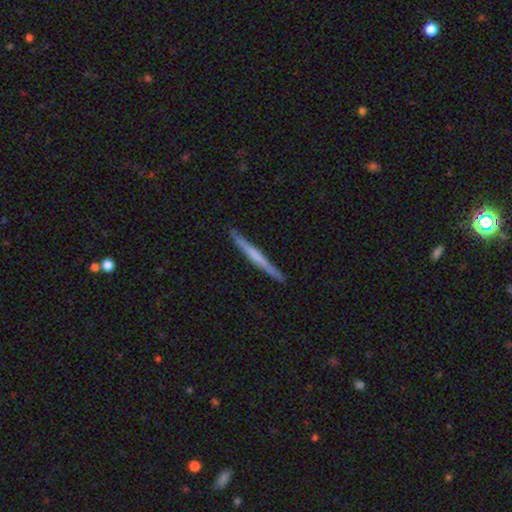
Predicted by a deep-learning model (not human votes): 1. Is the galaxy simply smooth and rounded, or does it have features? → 50% featured or disk, 45% smooth, 5% star or artifact.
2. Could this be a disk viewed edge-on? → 97% yes, 3% no.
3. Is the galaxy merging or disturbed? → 91% none, 6% minor disturbance, 1% major disturbance, 1% merger.